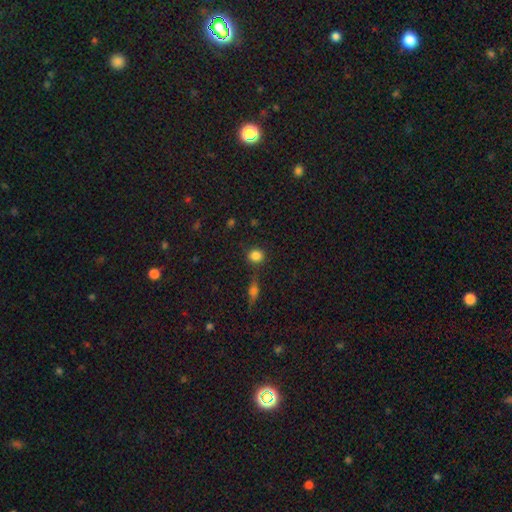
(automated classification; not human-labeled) Smooth or featured? Predicted: smooth (p=0.84). How rounded? Predicted: round (p=0.85). Merging? Predicted: none (p=0.81).